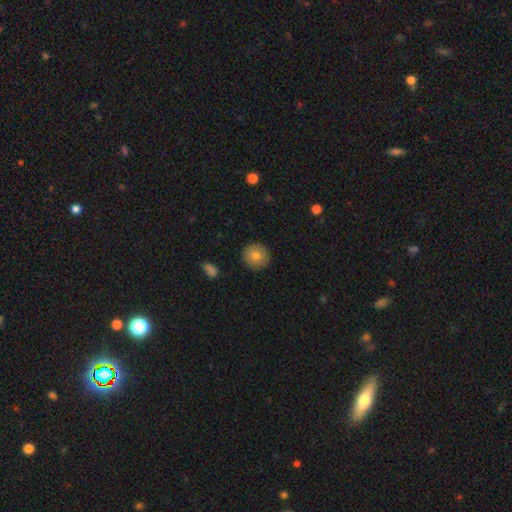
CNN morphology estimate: smooth 77%, featured or disk 15%, star or artifact 8%. Down the decision tree: how rounded — round (94%); merging — none (91%).